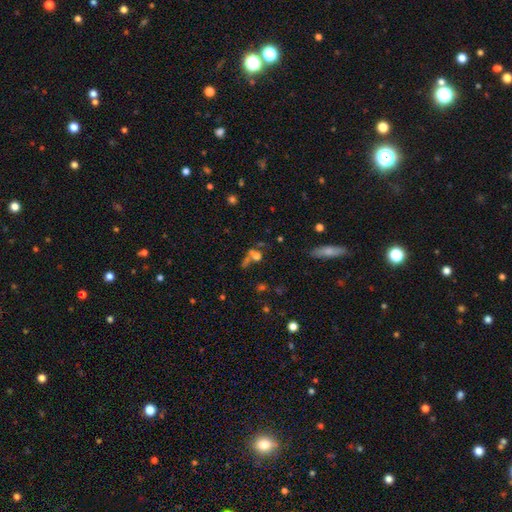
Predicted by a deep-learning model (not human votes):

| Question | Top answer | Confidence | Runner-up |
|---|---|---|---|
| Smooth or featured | smooth | 60% | star or artifact (22%) |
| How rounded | round | 67% | in between (27%) |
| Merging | merger | 41% | none (37%) |